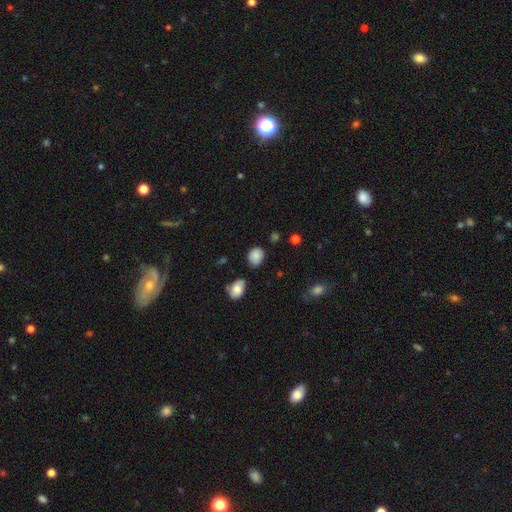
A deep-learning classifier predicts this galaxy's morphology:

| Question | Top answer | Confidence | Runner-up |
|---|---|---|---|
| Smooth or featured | smooth | 84% | star or artifact (9%) |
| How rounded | round | 54% | in between (45%) |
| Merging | none | 67% | minor disturbance (25%) |